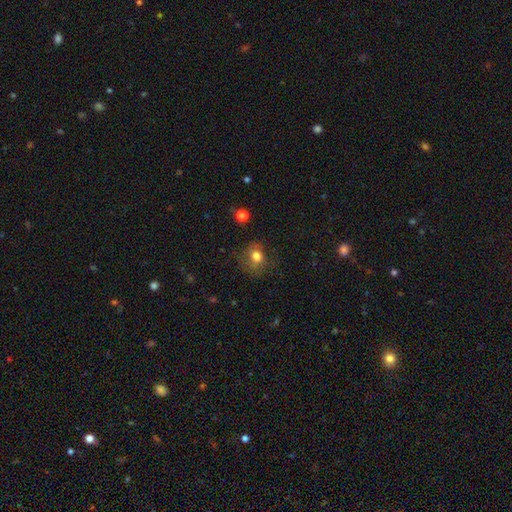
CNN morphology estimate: A smooth galaxy with no disk features (71%) that is round (63%). Merging: none (58%).